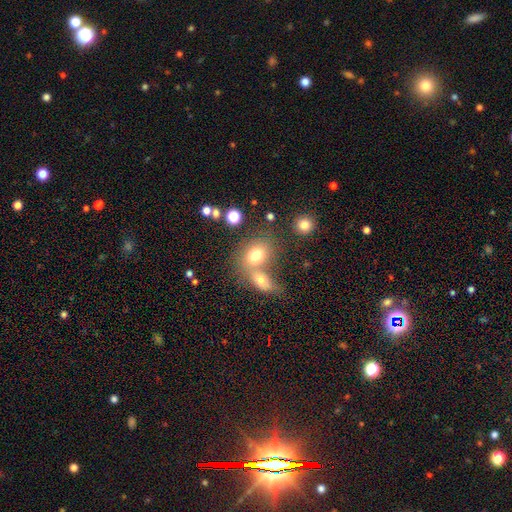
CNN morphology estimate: type=smooth (74%); roundness=in between (53%); merging=merger (51%).